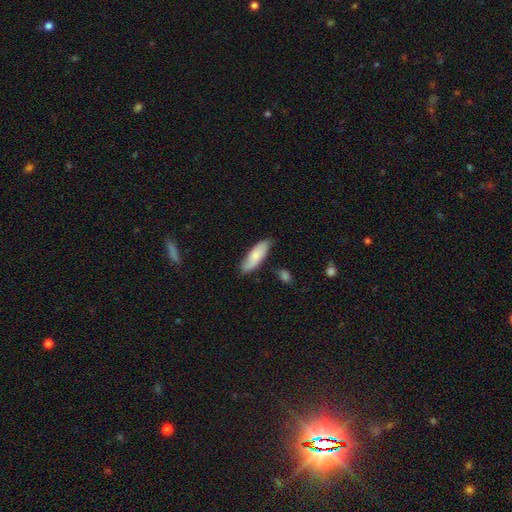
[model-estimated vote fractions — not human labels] This is likely a smooth galaxy (78%). How rounded: likely in between (62%). Merging: likely none (78%).